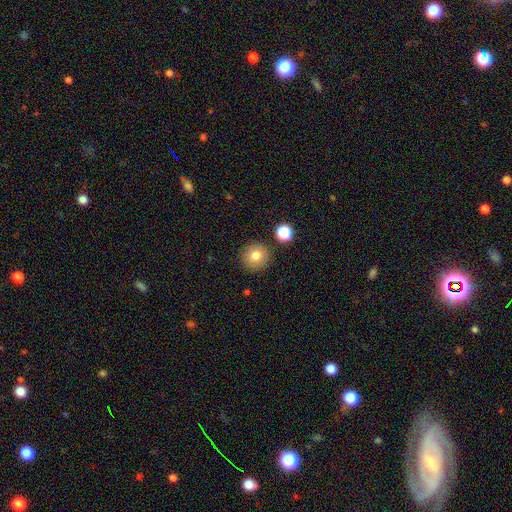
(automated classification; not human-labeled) The model was most divided on "smooth or featured": smooth: 80%, star or artifact: 11%, featured or disk: 10%. More confident: how rounded — round (93%); merging — none (87%).